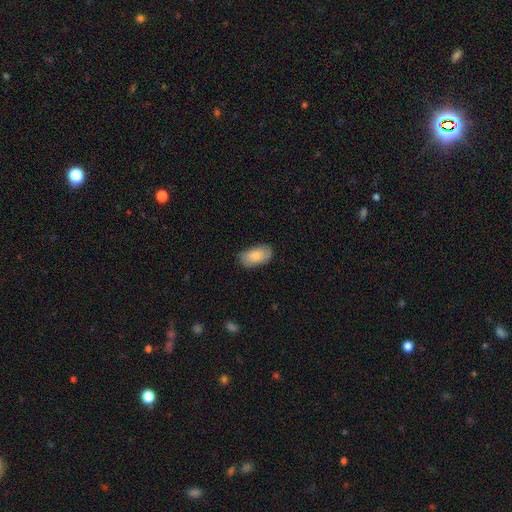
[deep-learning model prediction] The model was most divided on "merging": none: 79%, minor disturbance: 17%, major disturbance: 3%, merger: 1%. More confident: how rounded — in between (94%); smooth or featured — smooth (82%).